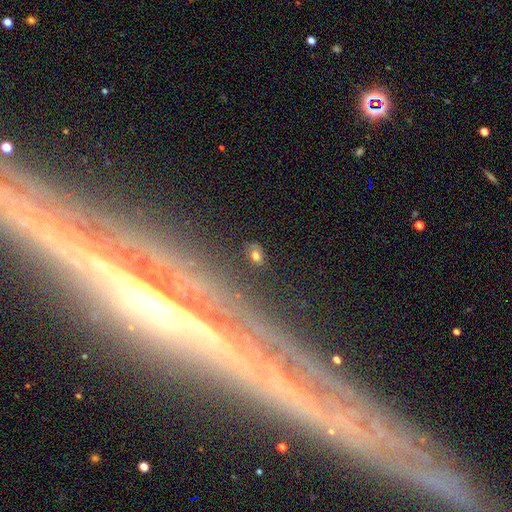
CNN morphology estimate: type=smooth (69%); roundness=in between (82%); merging=none (81%).